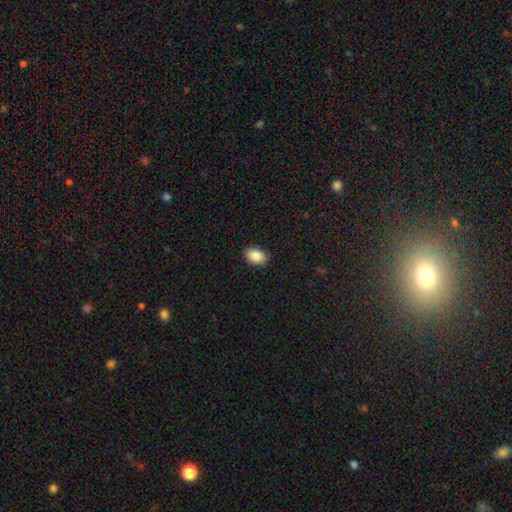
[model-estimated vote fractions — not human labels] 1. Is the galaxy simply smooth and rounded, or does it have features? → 88% smooth, 7% star or artifact, 5% featured or disk.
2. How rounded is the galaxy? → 86% in between, 13% round, 1% cigar-shaped.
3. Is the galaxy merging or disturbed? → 90% none, 7% minor disturbance, 2% major disturbance, 1% merger.